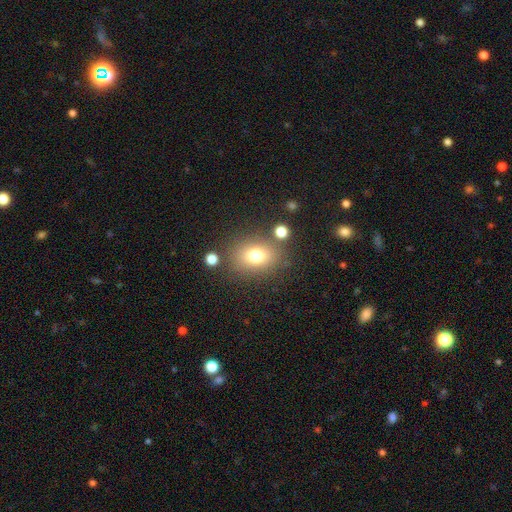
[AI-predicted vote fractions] Morphology: type=smooth (74%); roundness=in between (54%); merging=none (77%).